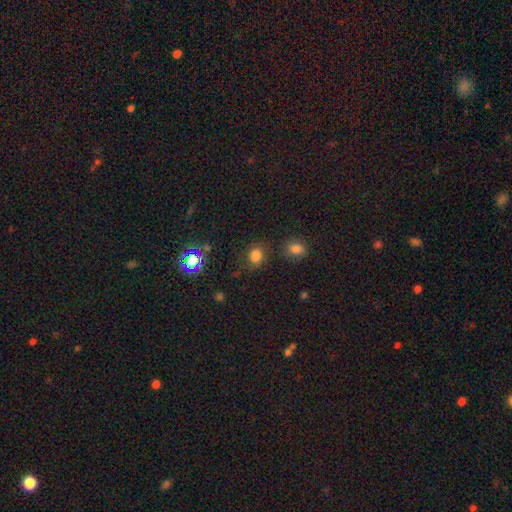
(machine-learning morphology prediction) Smooth or featured?
  - smooth: 77% *
  - star or artifact: 17%
  - featured or disk: 5%
How rounded?
  - round: 61% *
  - in between: 38%
  - cigar-shaped: 1%
Merging?
  - none: 77% *
  - minor disturbance: 13%
  - merger: 5%
  - major disturbance: 5%